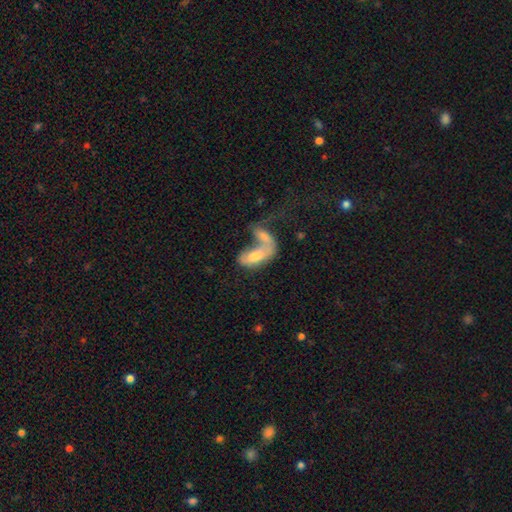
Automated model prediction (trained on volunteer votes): smooth-or-featured: smooth: 53% | featured or disk: 39% | star or artifact: 8%
  how-rounded: in between: 81% | cigar-shaped: 14% | round: 4%
  merging: merger: 71% | major disturbance: 12% | none: 11% | minor disturbance: 6%